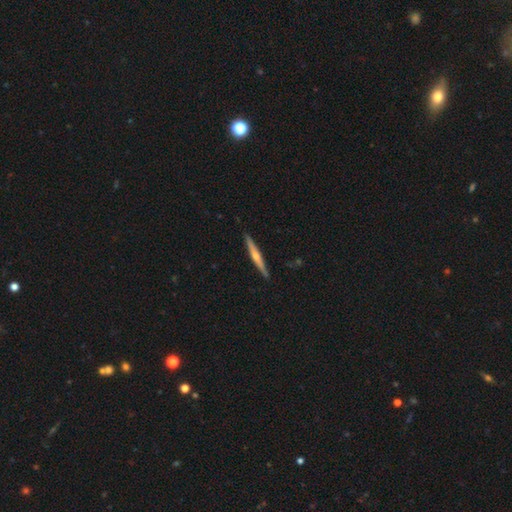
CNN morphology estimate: A featured or disk galaxy (69%) viewed edge-on (98%) with a rounded central bulge (83%).

Vote fractions:
- Smooth or featured? featured or disk: 69% / smooth: 26% / star or artifact: 5%
- Edge-on disk? yes: 98% / no: 2%
- Edge-on bulge? rounded: 83% / none: 12% / boxy: 5%
- Merging? none: 91% / minor disturbance: 6% / major disturbance: 1% / merger: 1%